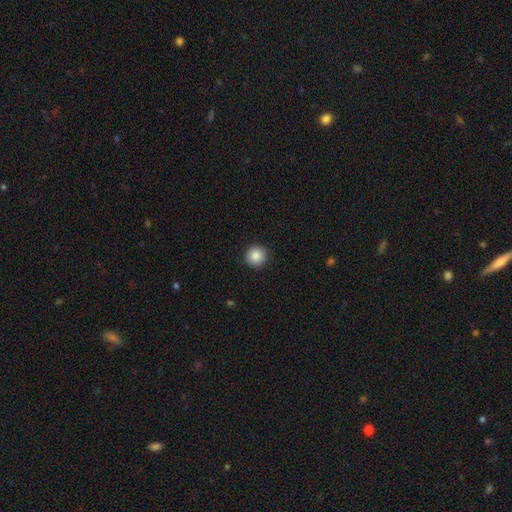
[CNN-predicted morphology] This appears to be a smooth galaxy with no disk features (88%) that is round (95%). Merging: none (92%).